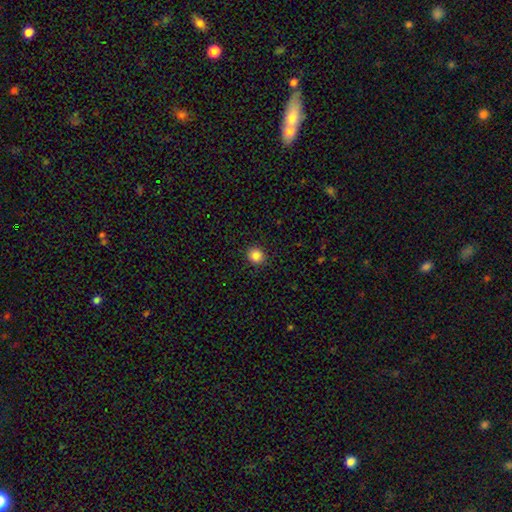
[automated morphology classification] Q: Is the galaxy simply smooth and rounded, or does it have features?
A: smooth — 87%.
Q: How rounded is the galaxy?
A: round — 89%.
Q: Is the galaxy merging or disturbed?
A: none — 91%.